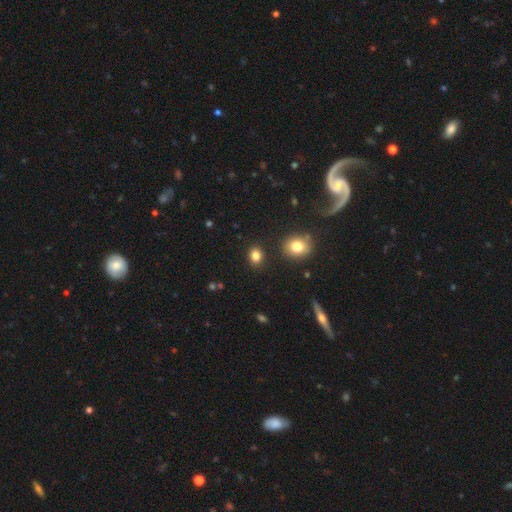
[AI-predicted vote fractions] This is clearly a smooth galaxy (84%). How rounded: possibly round (54%). Merging: clearly none (88%).